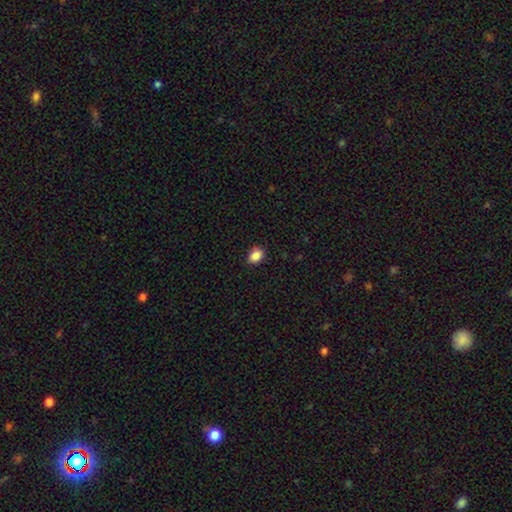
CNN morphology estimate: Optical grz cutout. It shows a smooth galaxy with no disk features (87%) that is in between round and cigar-shaped (66%). Merging: none (85%).